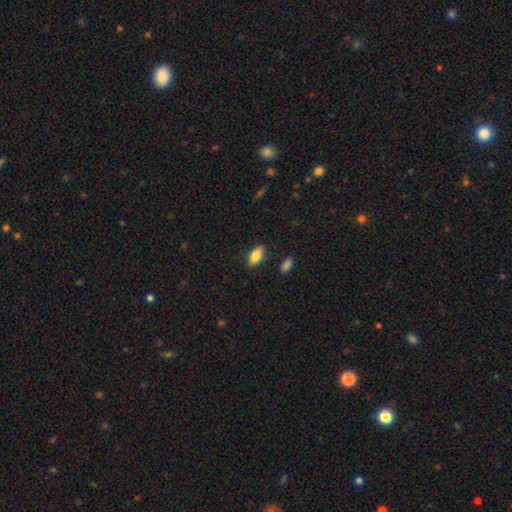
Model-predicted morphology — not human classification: smooth-or-featured: smooth: 79% | featured or disk: 14% | star or artifact: 7%
  how-rounded: in between: 89% | cigar-shaped: 8% | round: 3%
  merging: none: 86% | minor disturbance: 10% | major disturbance: 2% | merger: 2%